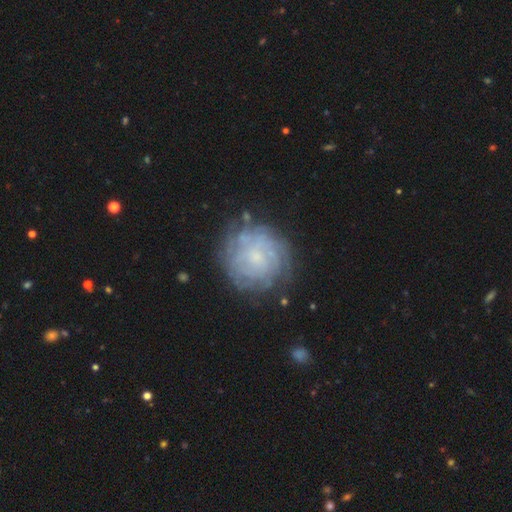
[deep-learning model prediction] Smooth or featured: featured or disk — 67% (smooth — 24%)
Edge-on disk: no — 98% (yes — 2%)
Bar: no — 73% (weak — 23%)
Spiral arms: yes — 81% (no — 19%)
Spiral winding: tight — 76% (medium — 17%)
Spiral arm count: can't tell — 59% (4 — 10%)
Bulge size: small — 65% (moderate — 18%)
Merging: none — 76% (minor disturbance — 15%)